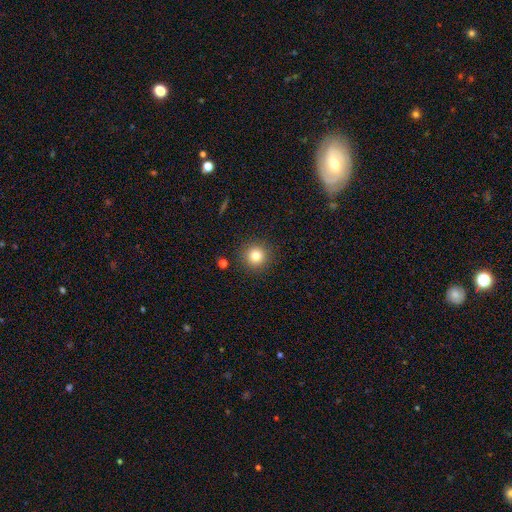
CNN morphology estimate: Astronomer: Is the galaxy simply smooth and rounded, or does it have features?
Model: smooth — 81%.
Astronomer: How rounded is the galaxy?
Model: round — 95%.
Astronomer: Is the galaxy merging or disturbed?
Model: none — 90%.